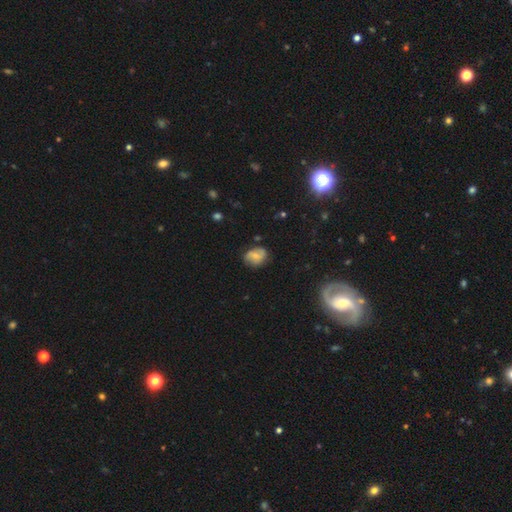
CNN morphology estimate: A smooth galaxy with no disk features (53%) that is in between round and cigar-shaped (57%). Merging: none (70%).